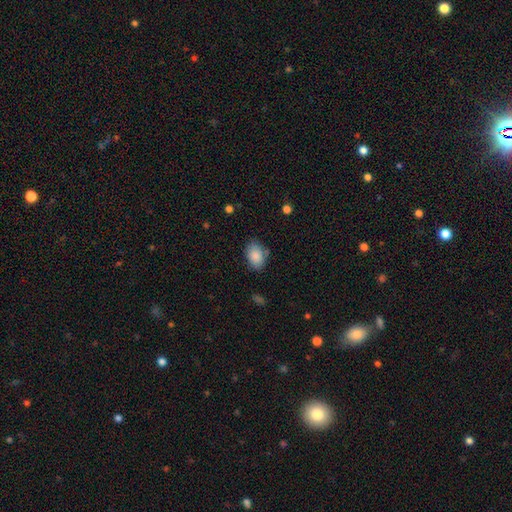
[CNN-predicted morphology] The model was most divided on "merging": none: 74%, minor disturbance: 18%, major disturbance: 4%, merger: 3%. More confident: smooth or featured — smooth (86%); how rounded — in between (82%).